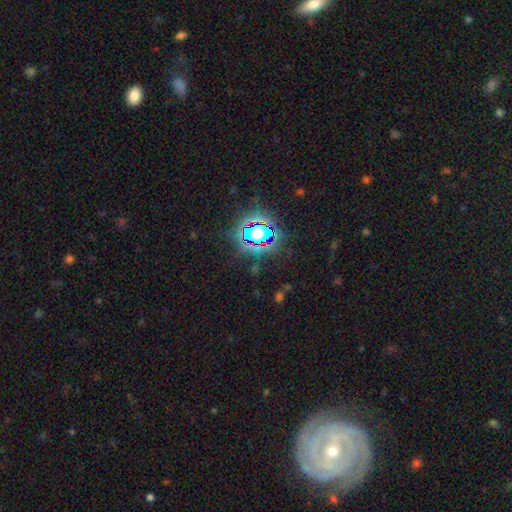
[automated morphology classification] This appears to be a star or artifact, not a galaxy (70%).